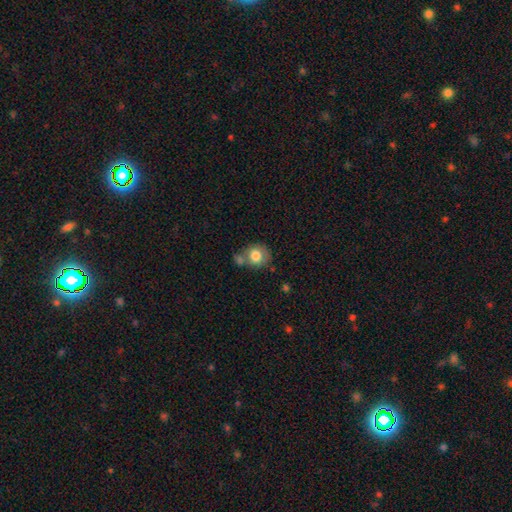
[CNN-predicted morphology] Smooth or featured?
  - smooth: 80% *
  - featured or disk: 12%
  - star or artifact: 9%
How rounded?
  - round: 77% *
  - in between: 22%
  - cigar-shaped: 1%
Merging?
  - none: 52% *
  - merger: 25%
  - minor disturbance: 17%
  - major disturbance: 6%